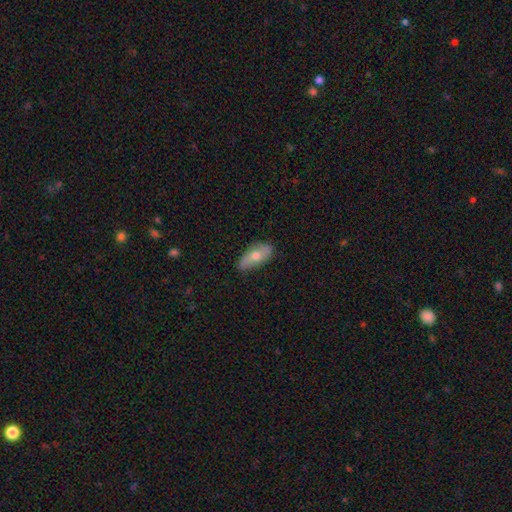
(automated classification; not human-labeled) Smooth or featured? smooth (58%)
How rounded? in between (78%)
Merging? none (75%)